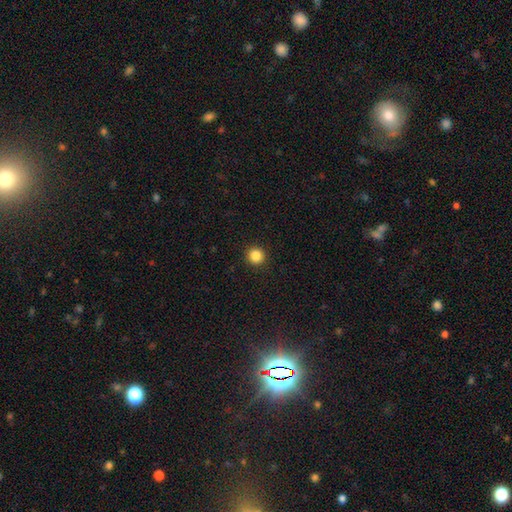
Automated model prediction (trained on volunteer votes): This appears to be a smooth galaxy with no disk features (85%) that is round (95%). Merging: none (93%).